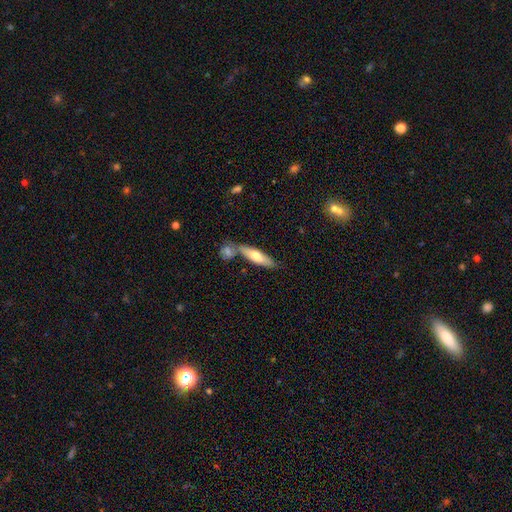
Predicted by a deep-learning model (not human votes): smooth-or-featured: smooth: 61% | featured or disk: 34% | star or artifact: 5%
  how-rounded: cigar-shaped: 64% | in between: 34% | round: 2%
  merging: none: 64% | merger: 21% | minor disturbance: 12% | major disturbance: 3%